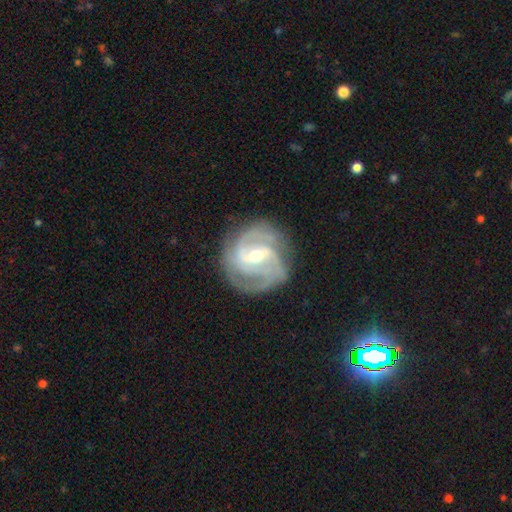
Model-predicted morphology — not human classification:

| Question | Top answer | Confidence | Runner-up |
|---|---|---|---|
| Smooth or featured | featured or disk | 90% | smooth (5%) |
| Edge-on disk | no | 97% | yes (3%) |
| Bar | weak | 48% | strong (32%) |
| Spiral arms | yes | 97% | no (3%) |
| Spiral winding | tight | 52% | medium (40%) |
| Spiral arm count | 3 | 36% | 2 (34%) |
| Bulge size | moderate | 61% | small (35%) |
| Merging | none | 79% | minor disturbance (14%) |